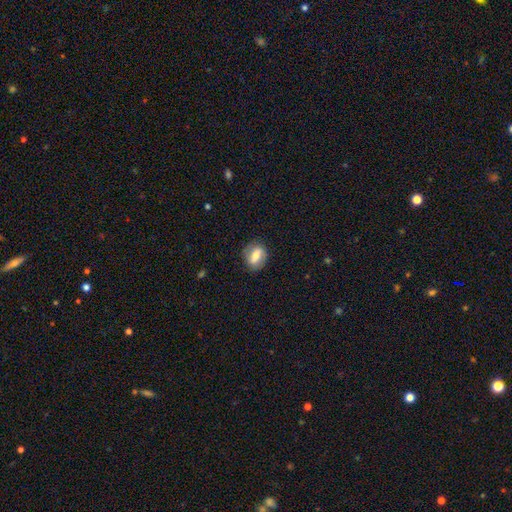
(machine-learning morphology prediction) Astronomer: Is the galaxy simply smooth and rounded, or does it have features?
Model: smooth — 52% (runner-up: featured or disk, 41%).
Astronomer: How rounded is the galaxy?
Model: in between — 60% (runner-up: round, 37%).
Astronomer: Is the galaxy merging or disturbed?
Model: none — 83%.